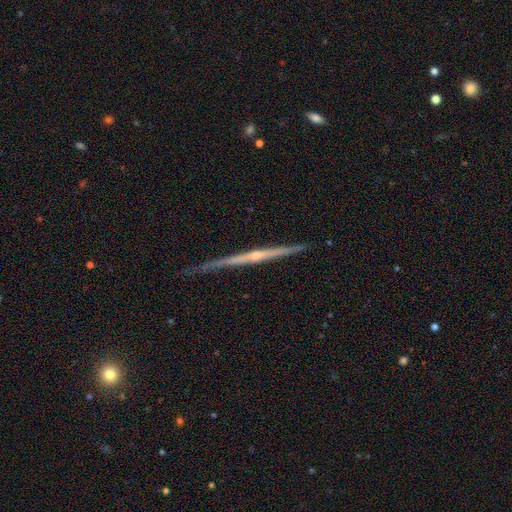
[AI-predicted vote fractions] A featured or disk galaxy (82%) viewed edge-on (98%) with a rounded central bulge (59%).

Vote fractions:
- Smooth or featured? featured or disk: 82% / smooth: 12% / star or artifact: 6%
- Edge-on disk? yes: 98% / no: 2%
- Edge-on bulge? rounded: 59% / none: 35% / boxy: 6%
- Merging? none: 86% / minor disturbance: 11% / major disturbance: 2% / merger: 1%